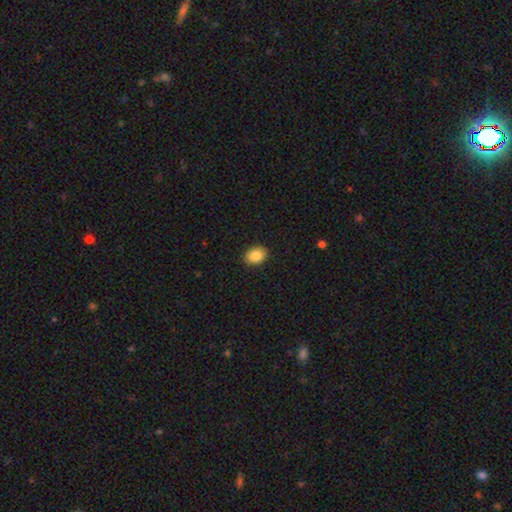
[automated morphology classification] smooth-or-featured: smooth: 87% | star or artifact: 8% | featured or disk: 5%
  how-rounded: in between: 71% | round: 28% | cigar-shaped: 1%
  merging: none: 90% | minor disturbance: 7% | major disturbance: 2% | merger: 1%